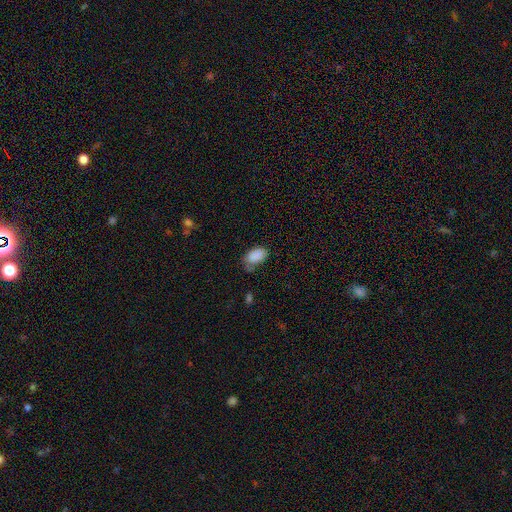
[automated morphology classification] smooth_or_featured: smooth (p=0.88) [alt: star or artifact p=0.08]
how_rounded: in between (p=0.92) [alt: round p=0.06]
merging: none (p=0.56) [alt: minor disturbance p=0.30]